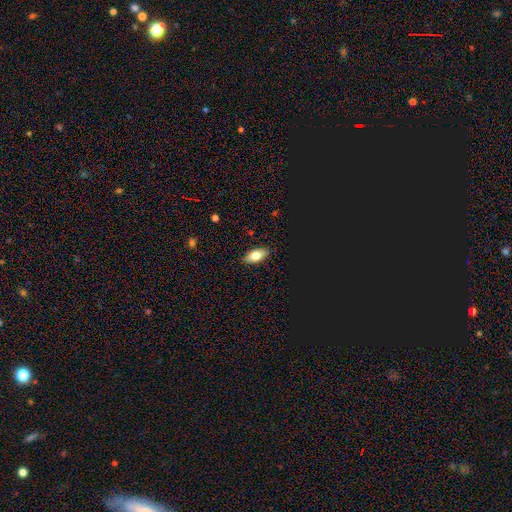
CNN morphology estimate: Smooth or featured: smooth — 76% (featured or disk — 15%)
How rounded: in between — 88% (cigar-shaped — 7%)
Merging: none — 88% (minor disturbance — 9%)